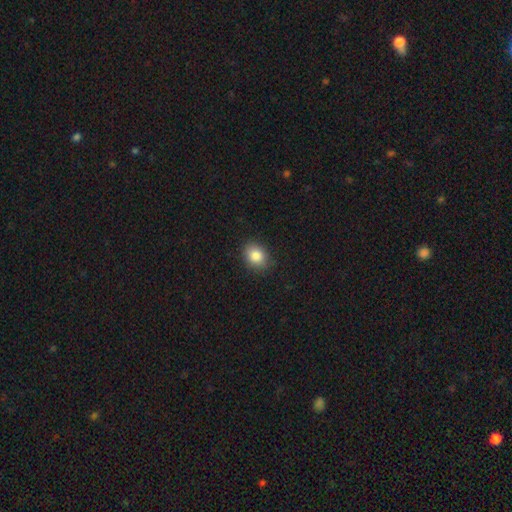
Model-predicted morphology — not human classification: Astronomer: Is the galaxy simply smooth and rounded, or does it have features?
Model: smooth — 85%.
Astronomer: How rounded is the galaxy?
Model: in between — 56% (runner-up: round, 43%).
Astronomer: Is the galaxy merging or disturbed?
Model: none — 83%.